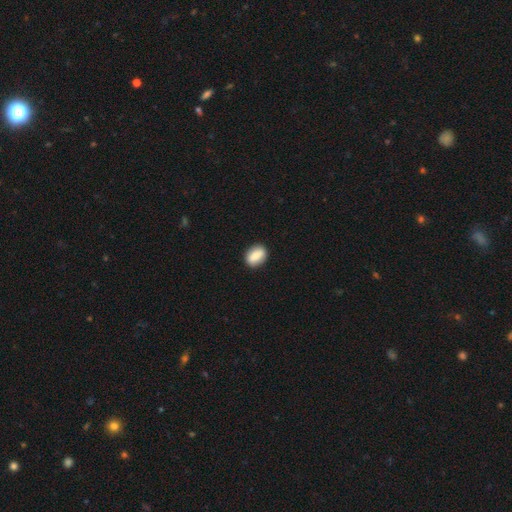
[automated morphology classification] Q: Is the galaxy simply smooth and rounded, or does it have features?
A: smooth — 81%.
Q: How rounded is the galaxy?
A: in between — 73%.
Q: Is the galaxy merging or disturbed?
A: none — 88%.